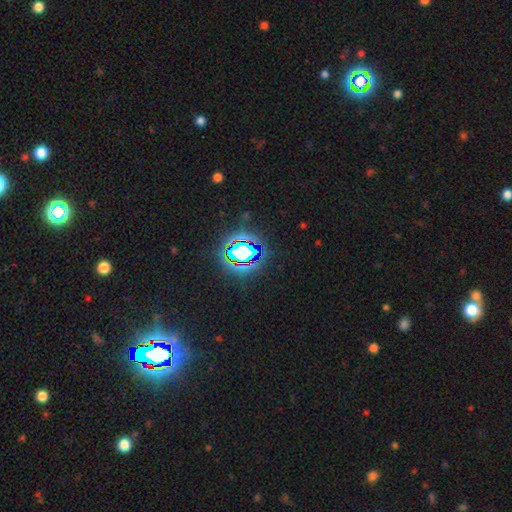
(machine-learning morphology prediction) smooth-or-featured: star or artifact: 84% | smooth: 10% | featured or disk: 7%